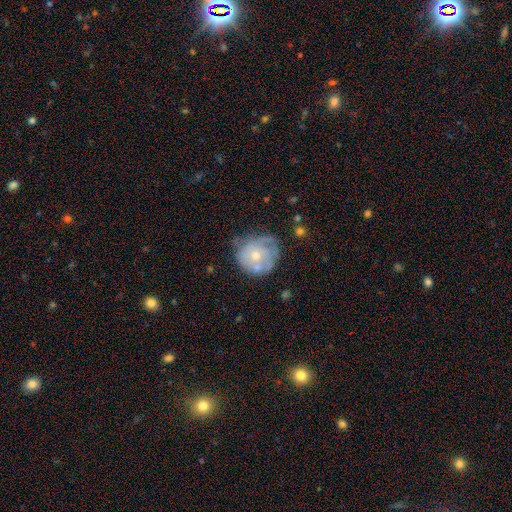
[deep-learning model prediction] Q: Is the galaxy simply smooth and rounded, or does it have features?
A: featured or disk — 52%.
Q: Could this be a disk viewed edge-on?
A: no — 97%.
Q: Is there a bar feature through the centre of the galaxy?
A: no — 88%.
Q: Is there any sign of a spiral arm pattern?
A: no — 52%.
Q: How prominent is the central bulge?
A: small — 51%.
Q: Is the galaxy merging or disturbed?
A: none — 51%.